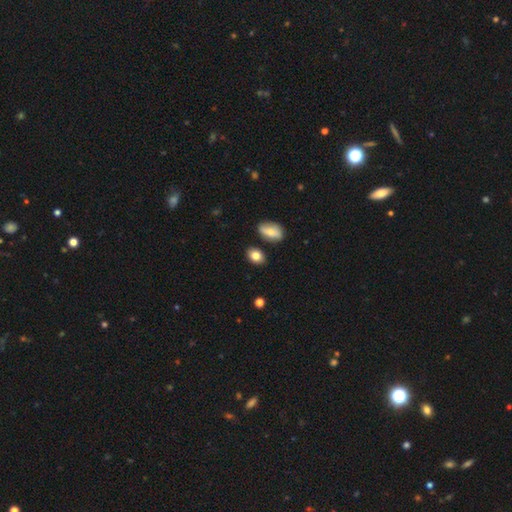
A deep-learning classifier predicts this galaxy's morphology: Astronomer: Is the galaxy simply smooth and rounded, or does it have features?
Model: smooth — 83%.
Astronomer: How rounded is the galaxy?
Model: in between — 78%.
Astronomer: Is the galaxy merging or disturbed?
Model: none — 81%.